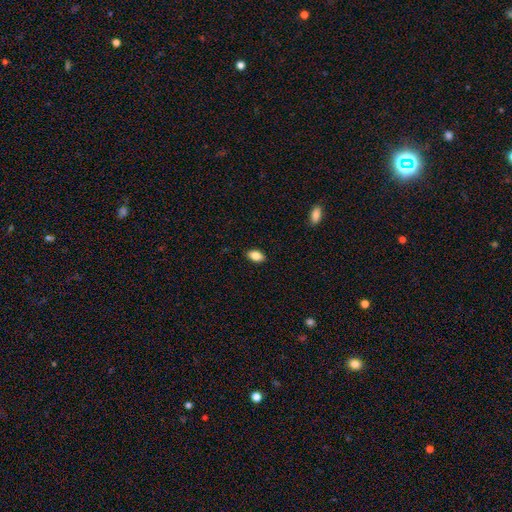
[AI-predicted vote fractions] smooth_or_featured: smooth (p=0.86) [alt: star or artifact p=0.08]
how_rounded: in between (p=0.90) [alt: round p=0.07]
merging: none (p=0.89) [alt: minor disturbance p=0.08]